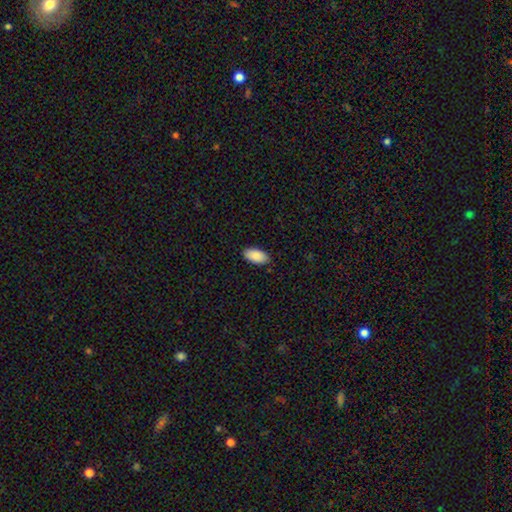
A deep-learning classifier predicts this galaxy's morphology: Q: Smooth or featured?
A: smooth (89%); runner-up: star or artifact (6%)
Q: How rounded?
A: in between (95%); runner-up: cigar-shaped (3%)
Q: Merging?
A: none (89%); runner-up: minor disturbance (9%)